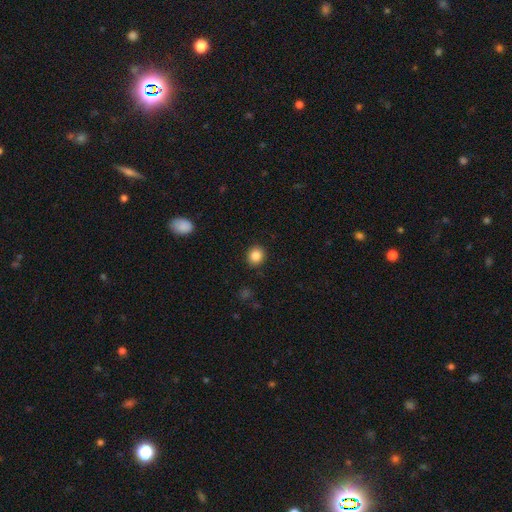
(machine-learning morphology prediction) smooth 85%, star or artifact 10%, featured or disk 5%. Down the decision tree: how rounded — round (83%); merging — none (91%).